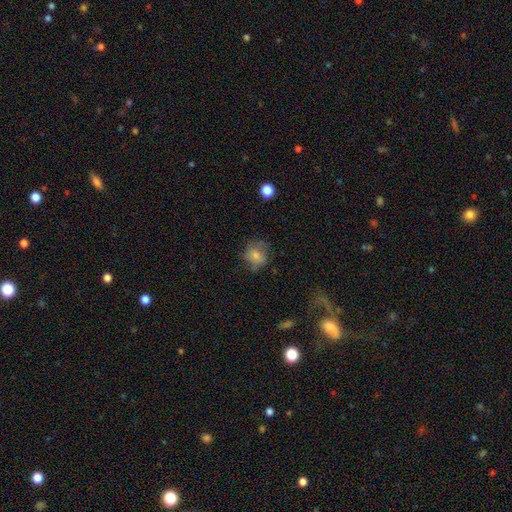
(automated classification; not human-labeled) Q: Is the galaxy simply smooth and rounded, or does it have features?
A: smooth — 68%.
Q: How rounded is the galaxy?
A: round — 70%.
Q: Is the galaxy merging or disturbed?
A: none — 56%.